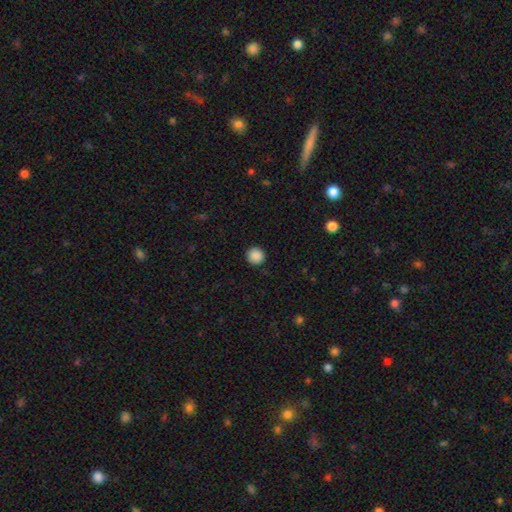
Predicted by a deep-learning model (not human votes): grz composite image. It shows a smooth galaxy with no disk features (89%) that is round (94%). Merging: none (92%).